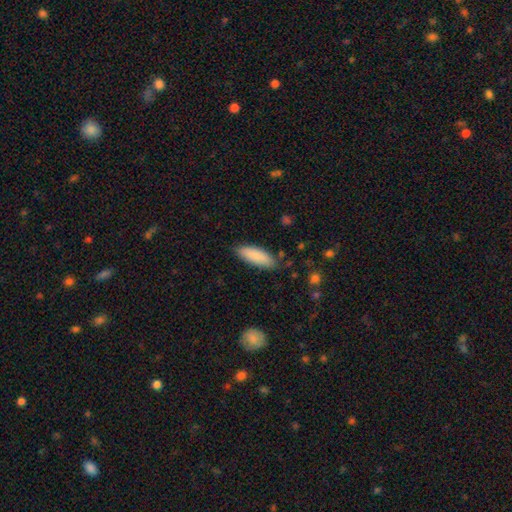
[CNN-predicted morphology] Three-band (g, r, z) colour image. It shows a smooth galaxy with no disk features (87%) that is in between round and cigar-shaped (63%). Merging: none (84%).